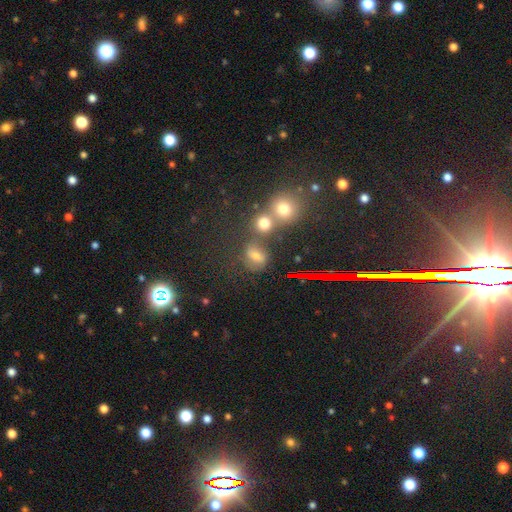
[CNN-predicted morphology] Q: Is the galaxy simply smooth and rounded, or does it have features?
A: smooth — 52%.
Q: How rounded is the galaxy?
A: round — 56%.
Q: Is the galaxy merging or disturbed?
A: none — 54%.